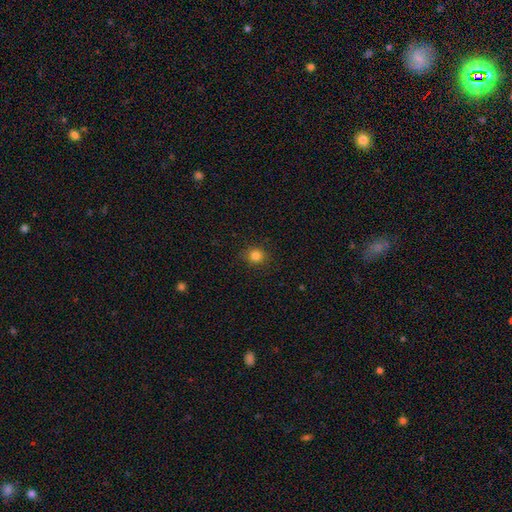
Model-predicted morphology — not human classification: Smooth or featured? smooth (83%)
How rounded? round (86%)
Merging? none (88%)